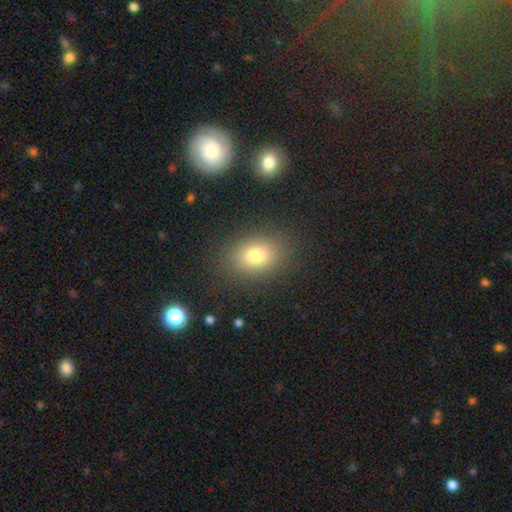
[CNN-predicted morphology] The model was most divided on "how rounded": in between: 65%, round: 33%, cigar-shaped: 1%. More confident: merging — none (85%); smooth or featured — smooth (77%).